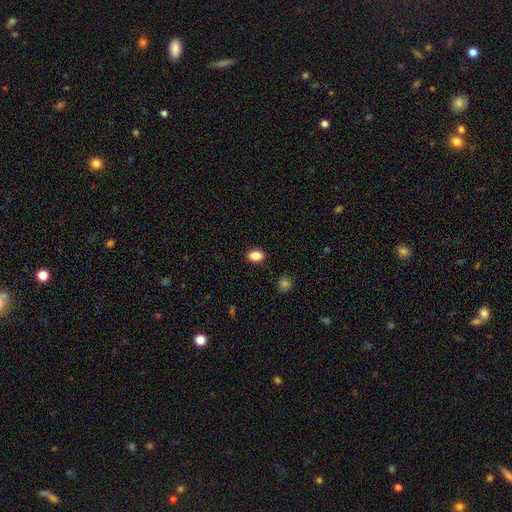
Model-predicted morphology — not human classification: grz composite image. It shows a smooth galaxy with no disk features (86%) that is in between round and cigar-shaped (76%). Merging: none (89%).